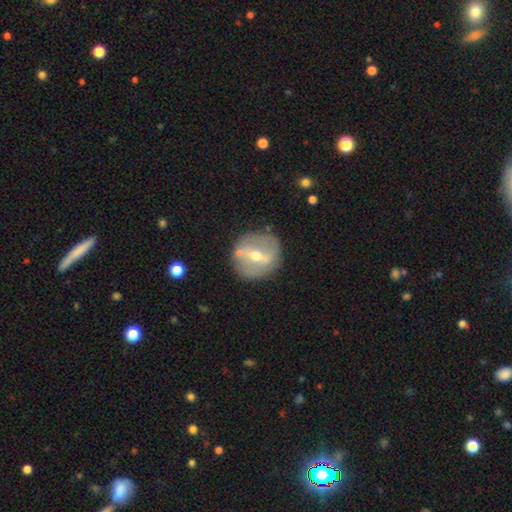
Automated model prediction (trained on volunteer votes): This appears to be a featured or disk galaxy (63%) with a strong bar (49%), no spiral arms (72%) and a moderate central bulge (69%). Merging: none (80%).